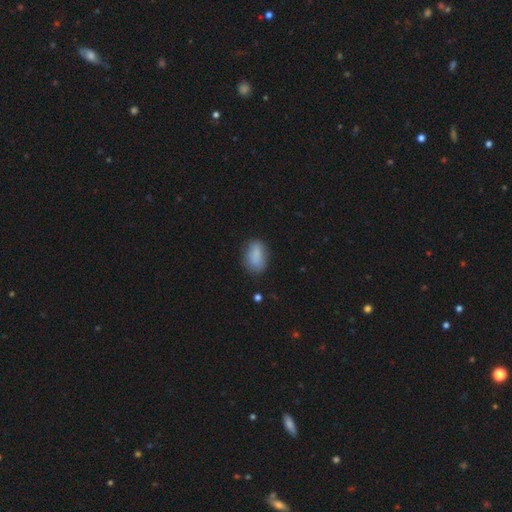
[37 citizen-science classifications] This is clearly a smooth galaxy (92%). How rounded: clearly in between (85%). Merging: possibly none (54%).